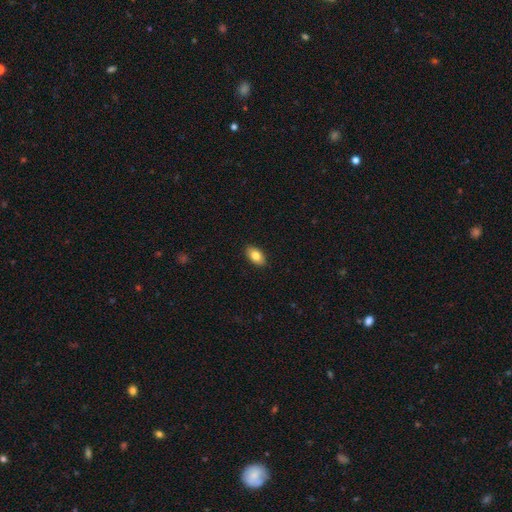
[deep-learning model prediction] A smooth galaxy with no disk features (81%) that is in between round and cigar-shaped (93%).

Vote fractions:
- Smooth or featured? smooth: 81% / featured or disk: 12% / star or artifact: 7%
- How rounded? in between: 93% / round: 5% / cigar-shaped: 2%
- Merging? none: 90% / minor disturbance: 7% / major disturbance: 2% / merger: 1%